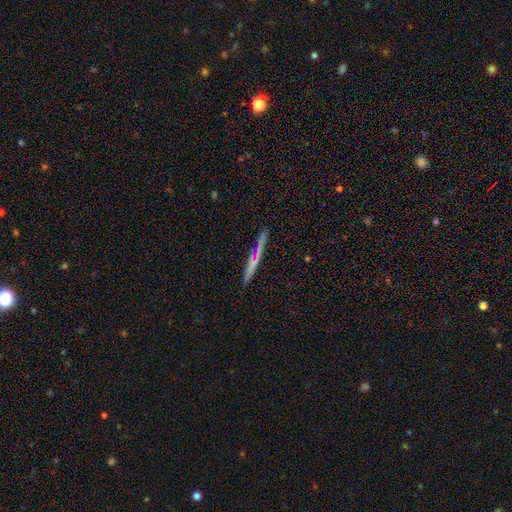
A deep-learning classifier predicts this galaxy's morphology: Smooth or featured? Predicted: featured or disk (p=0.52). Edge-on disk? Predicted: yes (p=0.96). Edge-on bulge? Predicted: none (p=0.73). Merging? Predicted: none (p=0.86).